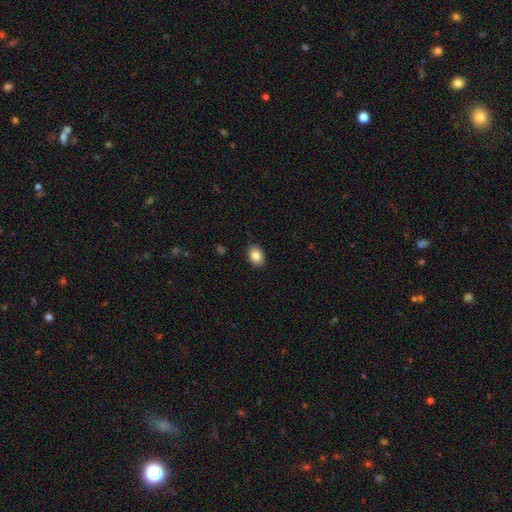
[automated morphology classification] Q: Smooth or featured?
A: smooth (85%); runner-up: star or artifact (8%)
Q: How rounded?
A: in between (69%); runner-up: round (30%)
Q: Merging?
A: none (87%); runner-up: minor disturbance (10%)